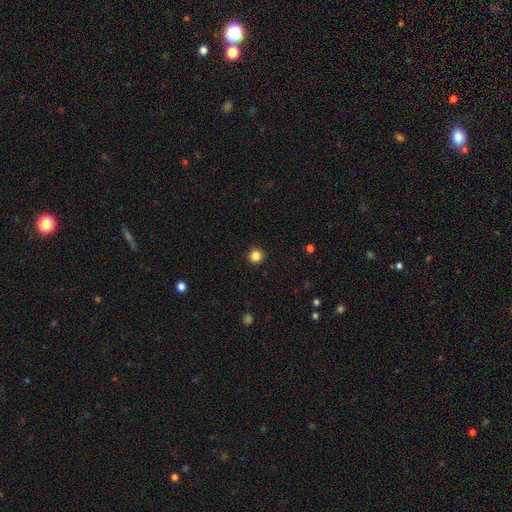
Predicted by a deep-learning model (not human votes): Q: Smooth or featured?
A: smooth (85%); runner-up: star or artifact (11%)
Q: How rounded?
A: round (94%); runner-up: in between (5%)
Q: Merging?
A: none (93%); runner-up: minor disturbance (5%)